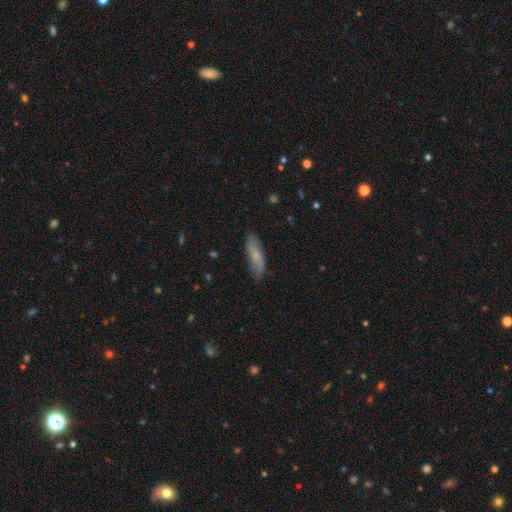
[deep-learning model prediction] This is possibly a smooth galaxy (55%). How rounded: possibly cigar-shaped (53%). Merging: likely none (77%).